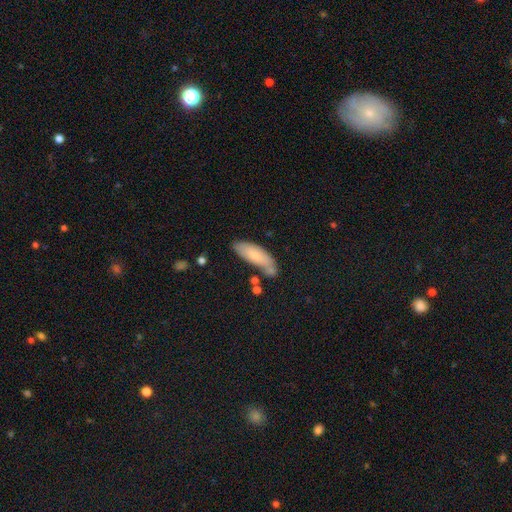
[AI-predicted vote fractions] Smooth or featured?
  - smooth: 75% *
  - featured or disk: 19%
  - star or artifact: 6%
How rounded?
  - in between: 61% *
  - cigar-shaped: 37%
  - round: 2%
Merging?
  - none: 60% *
  - minor disturbance: 24%
  - merger: 11%
  - major disturbance: 6%